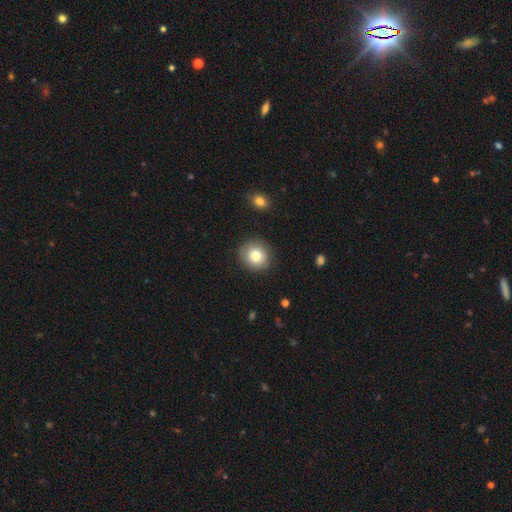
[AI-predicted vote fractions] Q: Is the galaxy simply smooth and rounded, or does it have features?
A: smooth — 81%.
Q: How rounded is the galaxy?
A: round — 84%.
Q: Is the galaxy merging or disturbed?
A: none — 87%.